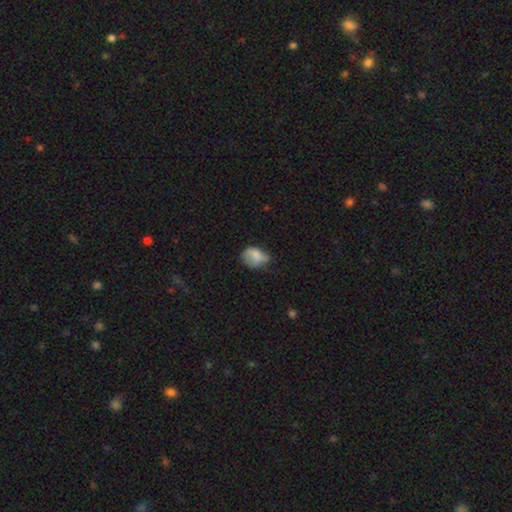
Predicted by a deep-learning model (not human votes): smooth-or-featured: smooth: 72% | featured or disk: 18% | star or artifact: 10%
  how-rounded: in between: 65% | round: 33% | cigar-shaped: 2%
  merging: minor disturbance: 42% | none: 30% | major disturbance: 25% | merger: 3%